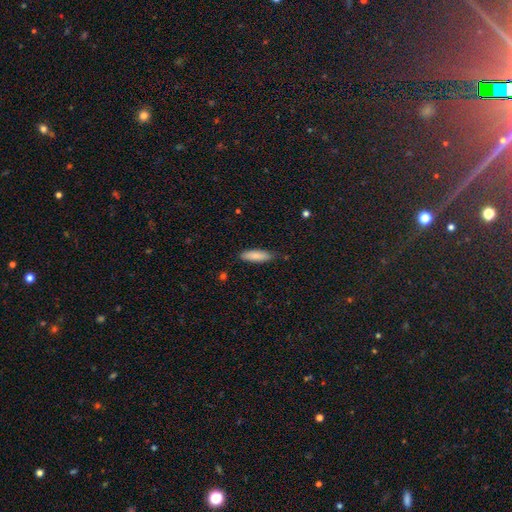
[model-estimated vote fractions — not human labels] smooth 85%, featured or disk 9%, star or artifact 6%. Down the decision tree: how rounded — cigar-shaped (53%); merging — none (82%).